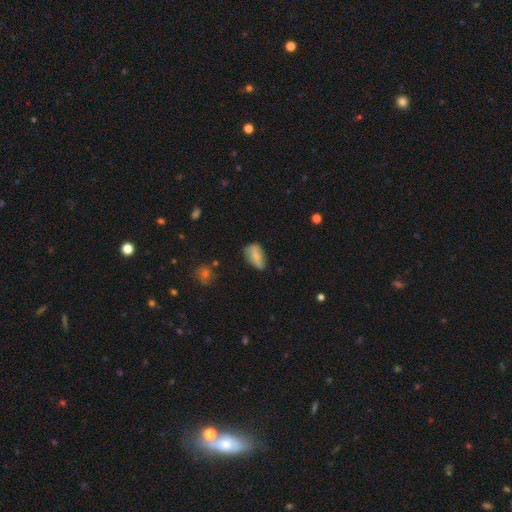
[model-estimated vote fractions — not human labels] A smooth galaxy with no disk features (72%) that is in between round and cigar-shaped (89%). Merging: none (55%).